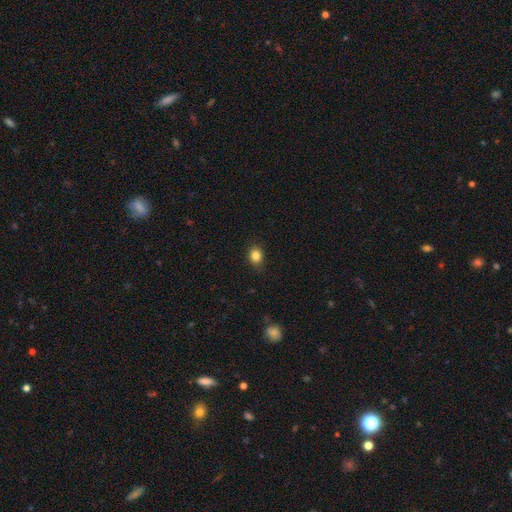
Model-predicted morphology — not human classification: smooth-or-featured: smooth: 84% | star or artifact: 11% | featured or disk: 5%
  how-rounded: round: 53% | in between: 46% | cigar-shaped: 1%
  merging: none: 88% | minor disturbance: 9% | major disturbance: 2% | merger: 1%